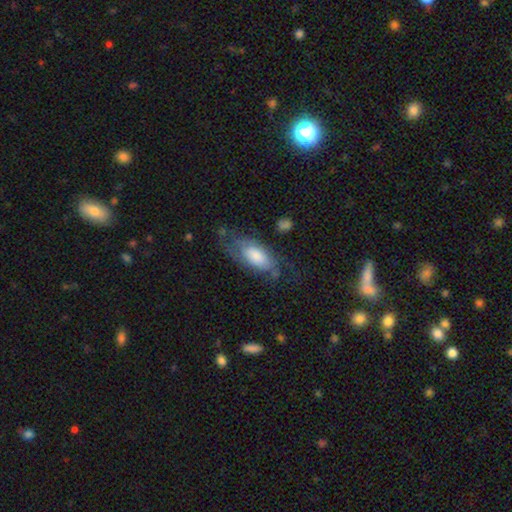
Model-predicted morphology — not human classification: smooth_or_featured: smooth (p=0.53) [alt: featured or disk p=0.40]
how_rounded: in between (p=0.86) [alt: cigar-shaped p=0.11]
merging: none (p=0.52) [alt: minor disturbance p=0.27]